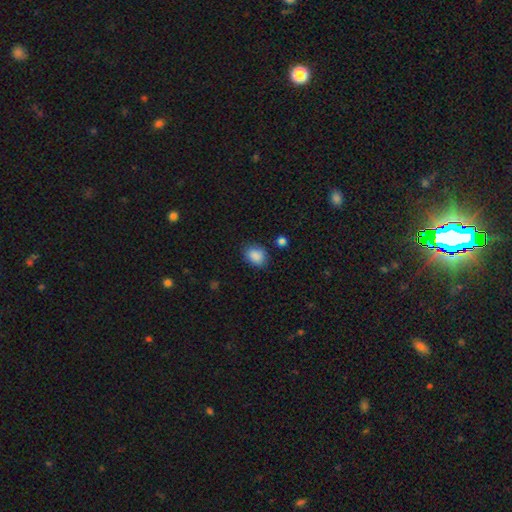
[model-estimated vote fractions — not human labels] Smooth or featured: smooth — 87% (star or artifact — 9%)
How rounded: in between — 61% (round — 38%)
Merging: none — 76% (minor disturbance — 17%)